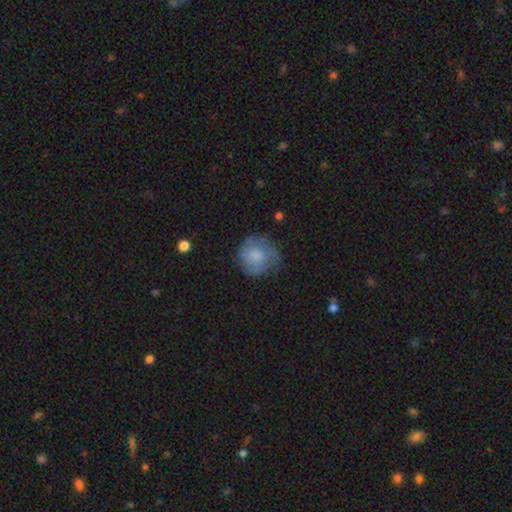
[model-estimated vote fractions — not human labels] smooth 68%, featured or disk 24%, star or artifact 8%. Down the decision tree: how rounded — round (88%); merging — none (62%).